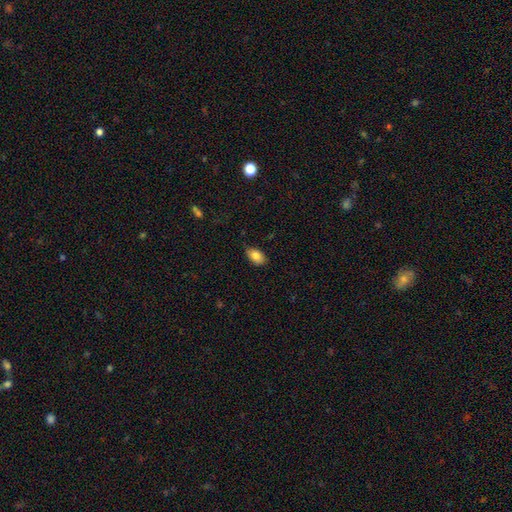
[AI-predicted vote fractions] Overall: smooth (83%). How rounded: in between (91%). Merging: none (80%).